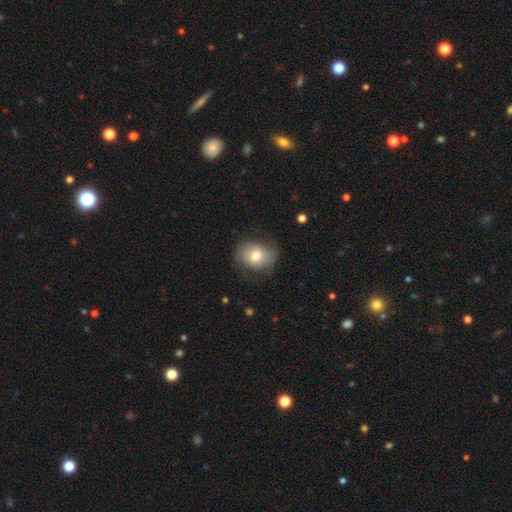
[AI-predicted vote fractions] Overall: smooth (67%). How rounded: round (50%; in between 49%). Merging: none (66%).